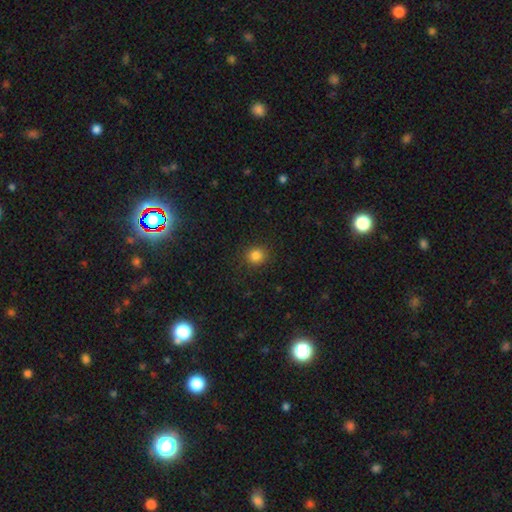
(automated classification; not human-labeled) The model was most divided on "smooth or featured": smooth: 84%, star or artifact: 12%, featured or disk: 4%. More confident: merging — none (90%); how rounded — round (86%).